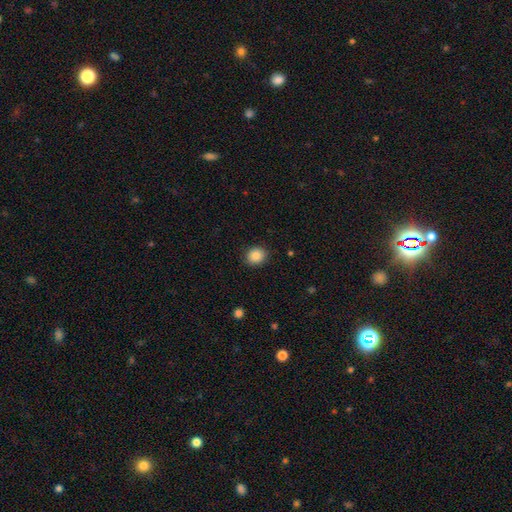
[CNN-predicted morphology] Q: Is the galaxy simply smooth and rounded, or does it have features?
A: smooth — 86%.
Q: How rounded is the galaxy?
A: round — 75%.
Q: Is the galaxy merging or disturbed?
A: none — 88%.